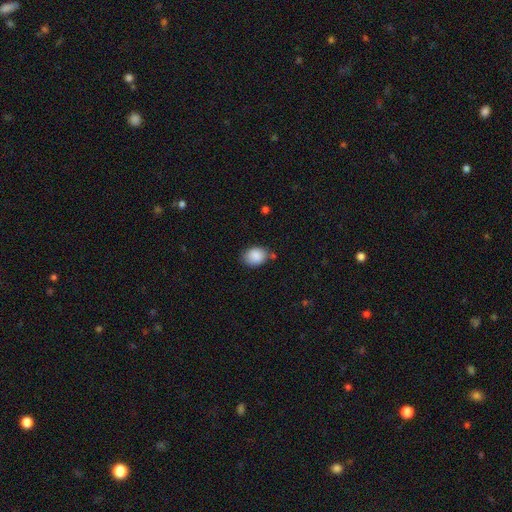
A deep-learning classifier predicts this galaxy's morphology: This is clearly a smooth galaxy (88%). How rounded: likely in between (66%). Merging: likely none (70%).